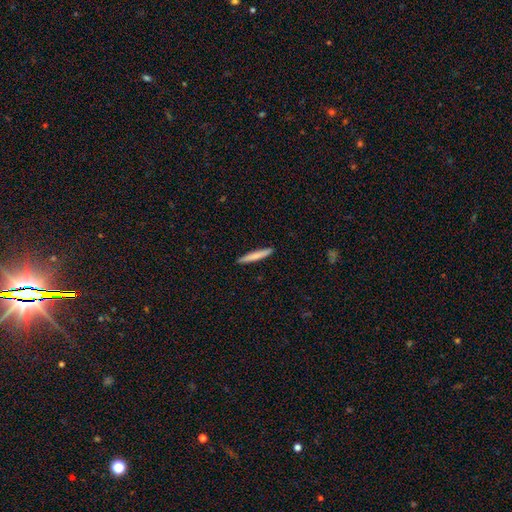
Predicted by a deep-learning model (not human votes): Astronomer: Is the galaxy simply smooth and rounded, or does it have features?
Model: smooth — 76%.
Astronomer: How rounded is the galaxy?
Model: cigar-shaped — 95%.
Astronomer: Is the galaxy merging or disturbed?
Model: none — 92%.